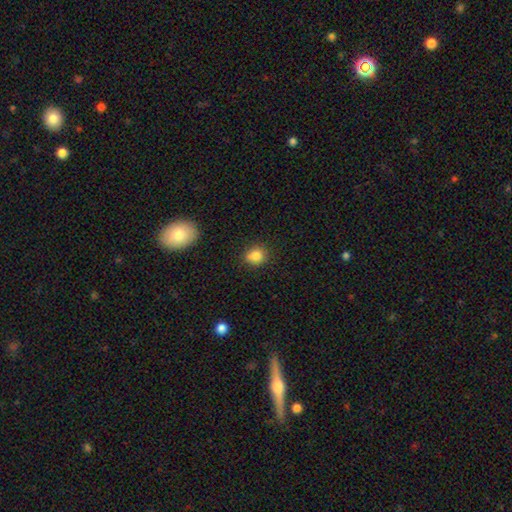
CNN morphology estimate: A smooth galaxy with no disk features (82%) that is round (75%).

Vote fractions:
- Smooth or featured? smooth: 82% / star or artifact: 11% / featured or disk: 7%
- How rounded? round: 75% / in between: 24% / cigar-shaped: 1%
- Merging? none: 78% / minor disturbance: 15% / merger: 4% / major disturbance: 3%